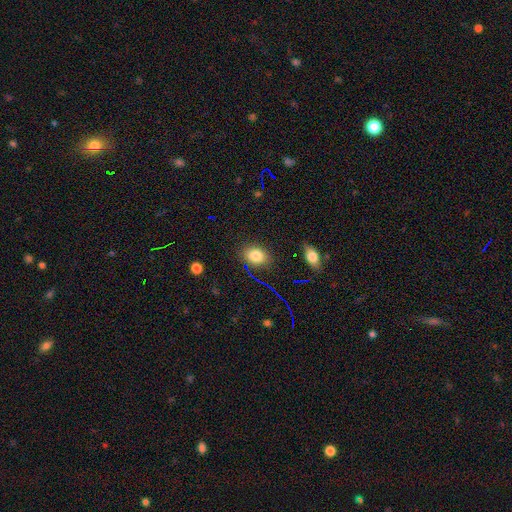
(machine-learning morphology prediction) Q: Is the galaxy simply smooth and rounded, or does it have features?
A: smooth — 81%.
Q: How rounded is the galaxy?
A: in between — 66%.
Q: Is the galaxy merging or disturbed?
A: none — 83%.